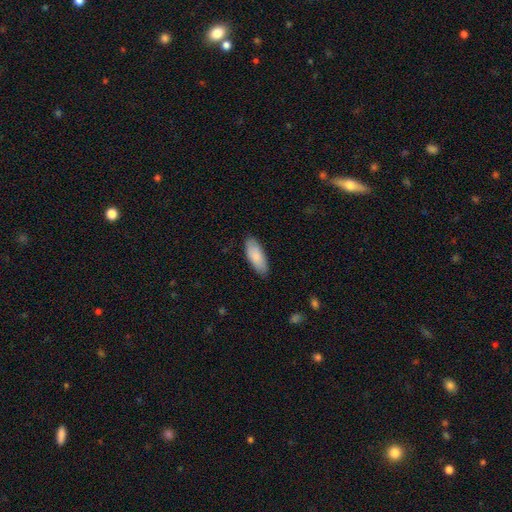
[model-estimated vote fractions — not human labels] Smooth or featured? Predicted: smooth (p=0.86). How rounded? Predicted: in between (p=0.78). Merging? Predicted: none (p=0.86).